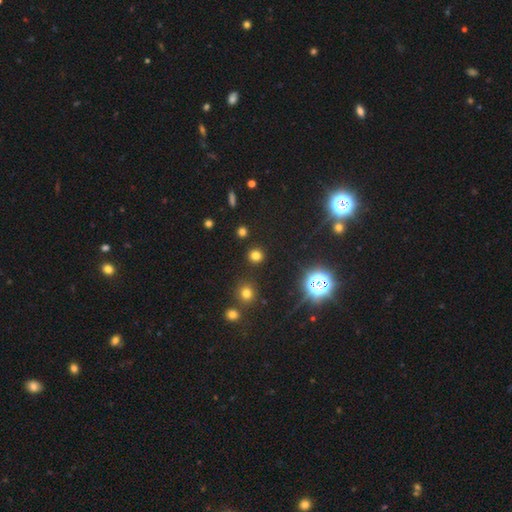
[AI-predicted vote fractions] Smooth or featured? smooth (72%)
How rounded? round (90%)
Merging? none (89%)